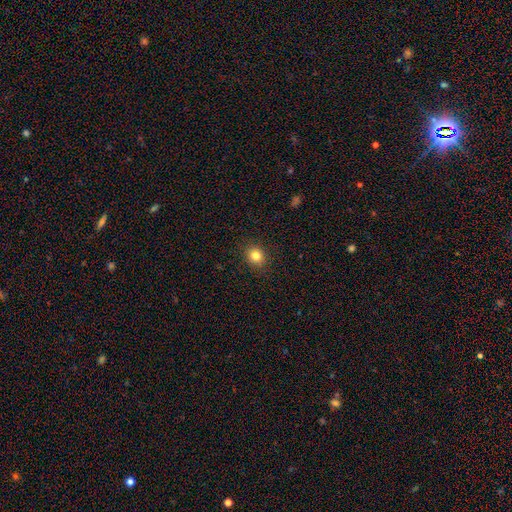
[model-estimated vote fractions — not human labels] smooth 82%, star or artifact 12%, featured or disk 6%. Down the decision tree: how rounded — round (71%); merging — none (90%).